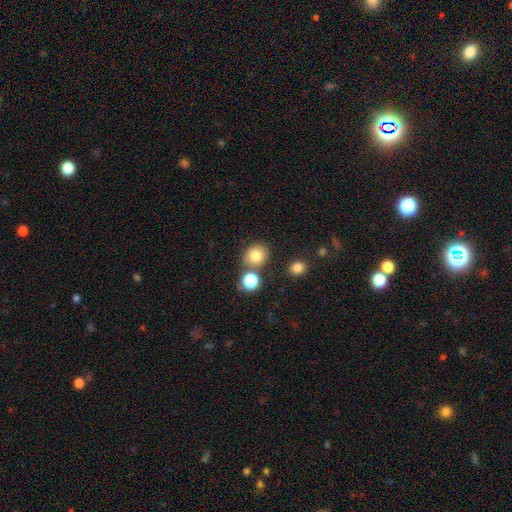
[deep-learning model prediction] This is likely a smooth galaxy (79%). How rounded: likely round (77%). Merging: likely none (73%).